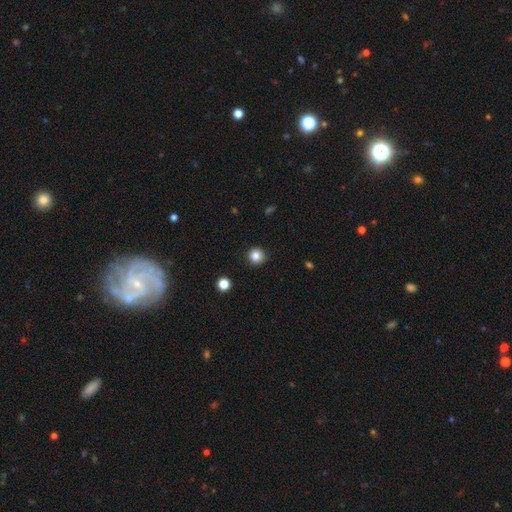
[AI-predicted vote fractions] The model was most divided on "smooth or featured": smooth: 84%, star or artifact: 11%, featured or disk: 5%. More confident: how rounded — round (95%); merging — none (92%).